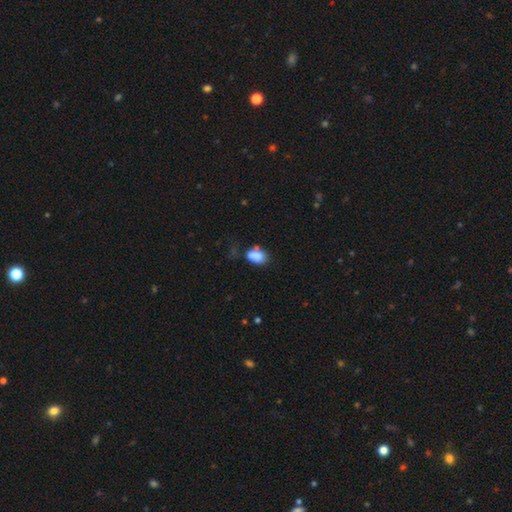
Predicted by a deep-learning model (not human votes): smooth_or_featured: smooth (p=0.85) [alt: star or artifact p=0.09]
how_rounded: in between (p=0.83) [alt: round p=0.15]
merging: none (p=0.54) [alt: minor disturbance p=0.26]